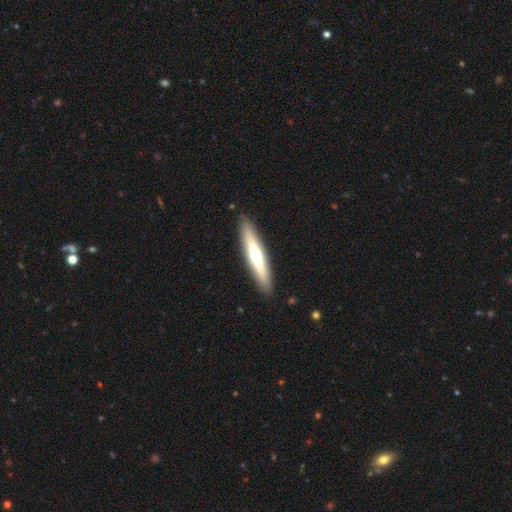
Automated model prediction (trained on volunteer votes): smooth_or_featured: smooth (p=0.50) [alt: featured or disk p=0.45]
merging: none (p=0.90) [alt: minor disturbance p=0.07]